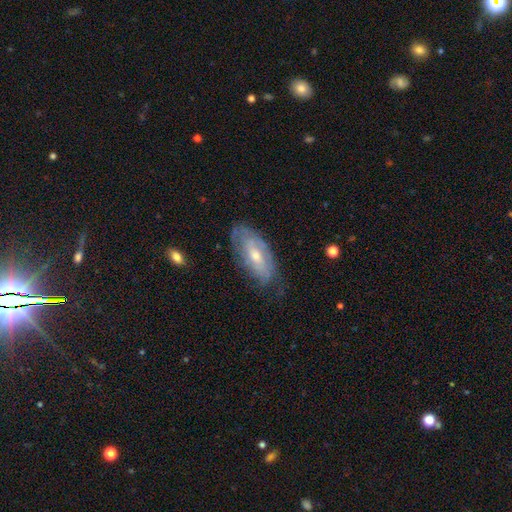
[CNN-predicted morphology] type=featured or disk (65%); edge-on=no (86%); bar=no (53%); spiral arms=yes (69%); bulge=small (49%); merging=none (66%).